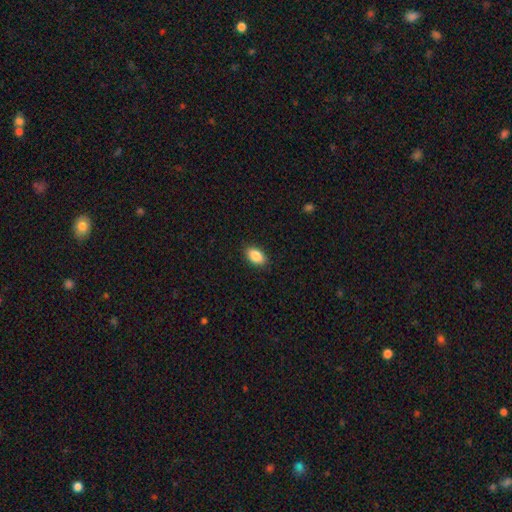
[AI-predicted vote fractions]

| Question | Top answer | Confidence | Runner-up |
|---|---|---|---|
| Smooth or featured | smooth | 87% | star or artifact (8%) |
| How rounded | in between | 90% | round (9%) |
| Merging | none | 89% | minor disturbance (8%) |